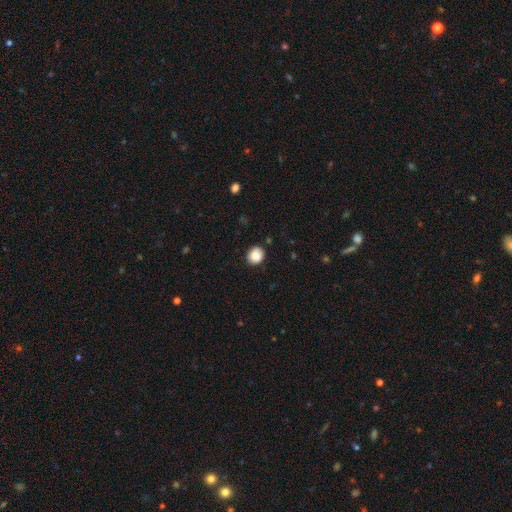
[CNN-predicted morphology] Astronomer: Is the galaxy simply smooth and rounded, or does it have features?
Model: smooth — 86%.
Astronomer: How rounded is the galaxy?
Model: round — 74%.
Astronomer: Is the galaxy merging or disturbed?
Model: none — 82%.